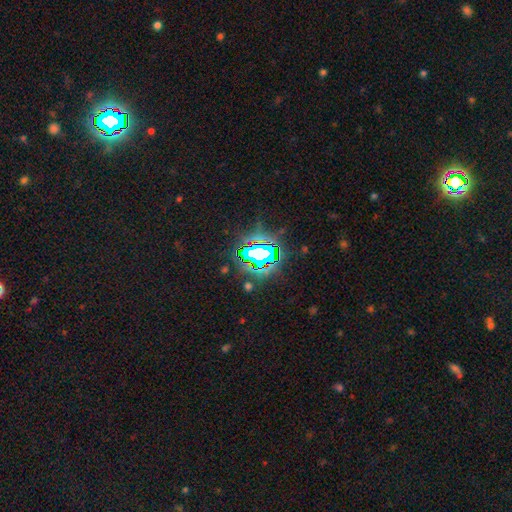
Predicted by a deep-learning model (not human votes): Overall: star or artifact (83%).